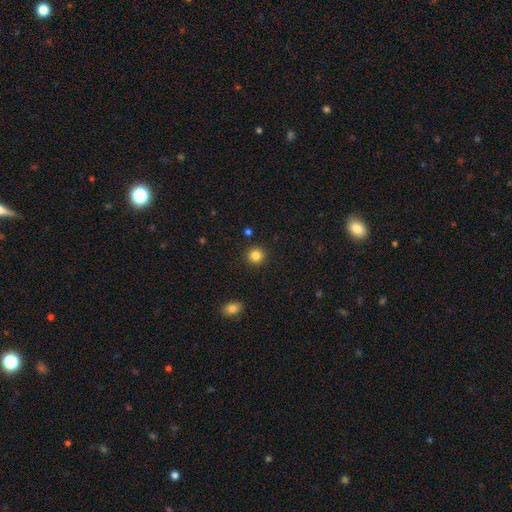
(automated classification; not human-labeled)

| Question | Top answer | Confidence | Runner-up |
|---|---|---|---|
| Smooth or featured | smooth | 84% | star or artifact (11%) |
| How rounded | round | 92% | in between (7%) |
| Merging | none | 91% | minor disturbance (5%) |